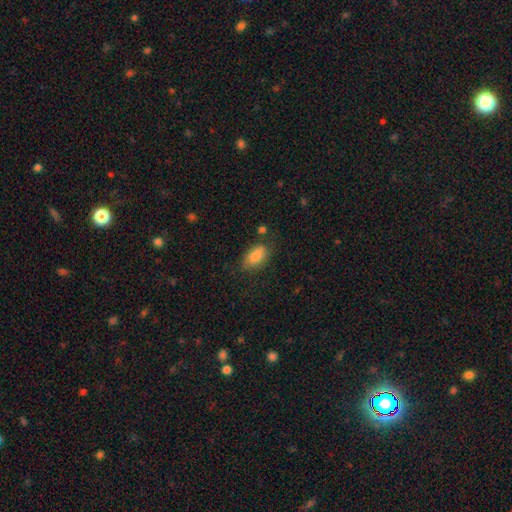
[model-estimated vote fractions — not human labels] This appears to be a smooth galaxy with no disk features (85%) that is in between round and cigar-shaped (90%). Merging: none (71%).